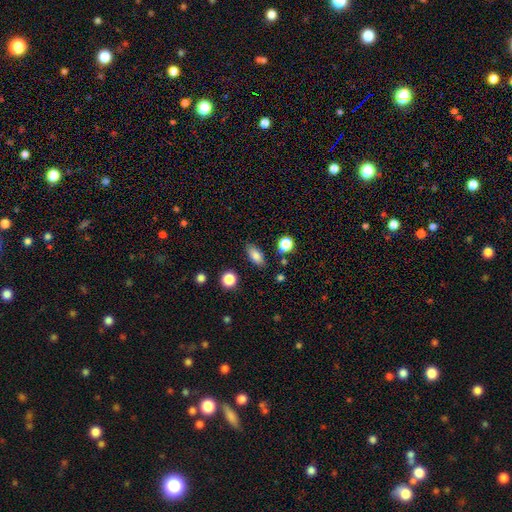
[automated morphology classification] The model was most divided on "how rounded": in between: 81%, cigar-shaped: 12%, round: 7%. More confident: merging — none (84%); smooth or featured — smooth (82%).